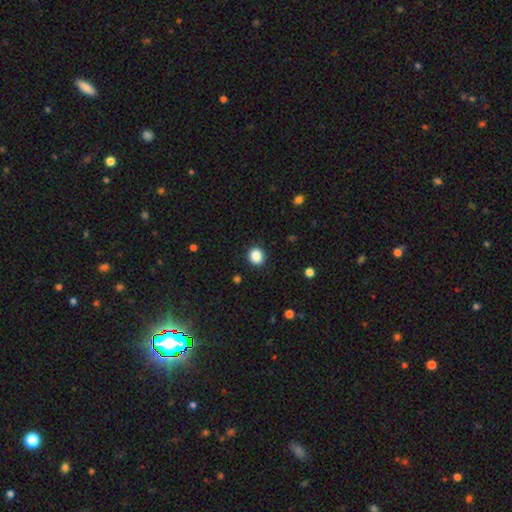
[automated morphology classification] Q: Smooth or featured?
A: smooth (87%); runner-up: star or artifact (10%)
Q: How rounded?
A: round (77%); runner-up: in between (22%)
Q: Merging?
A: none (91%); runner-up: minor disturbance (6%)